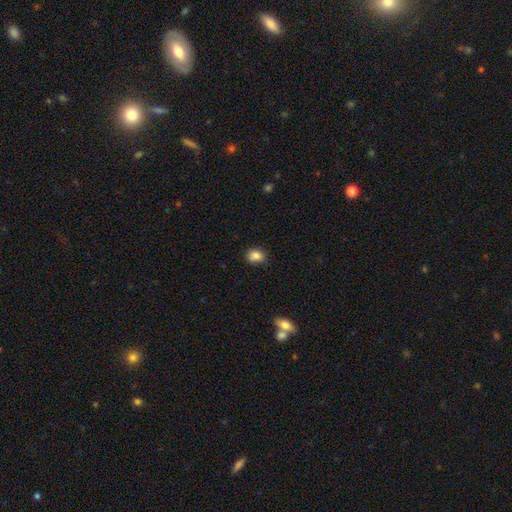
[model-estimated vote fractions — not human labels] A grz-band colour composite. It shows a smooth galaxy with no disk features (84%) that is round (52%). Merging: none (74%).